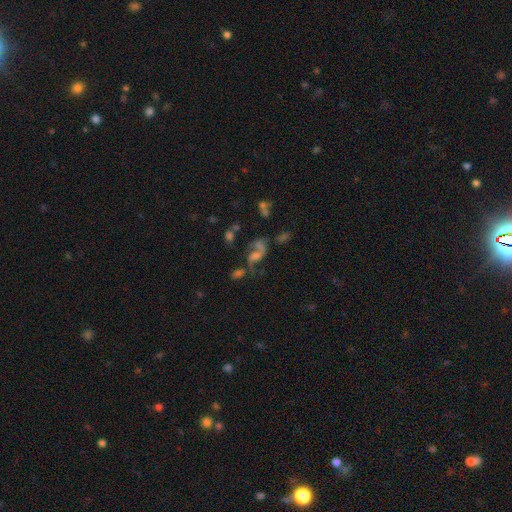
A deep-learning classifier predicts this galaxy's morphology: Q: Smooth or featured?
A: featured or disk (53%); runner-up: smooth (24%)
Q: Edge-on disk?
A: no (95%); runner-up: yes (5%)
Q: Bar?
A: no (60%); runner-up: weak (30%)
Q: Spiral arms?
A: yes (73%); runner-up: no (27%)
Q: Bulge size?
A: none (36%); runner-up: moderate (25%)
Q: Merging?
A: none (31%); runner-up: merger (30%)